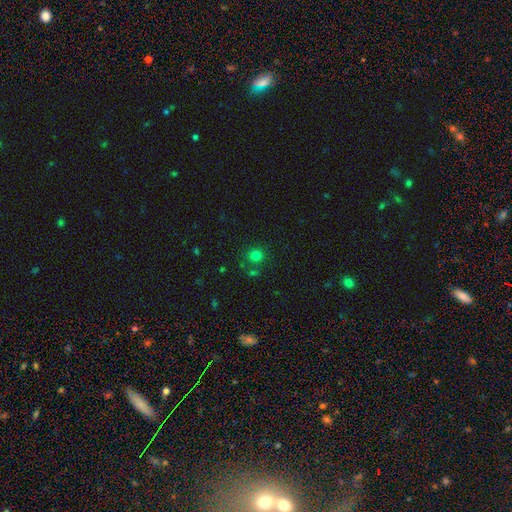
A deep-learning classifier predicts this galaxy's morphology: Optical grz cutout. It shows a smooth galaxy with no disk features (75%) that is round (91%). Merging: none (75%).